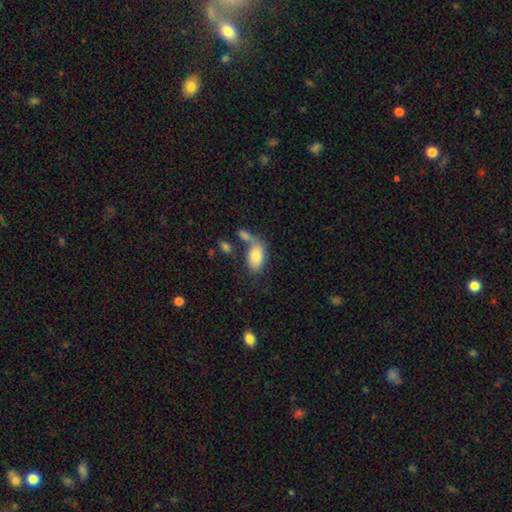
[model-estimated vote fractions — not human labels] A smooth galaxy with no disk features (81%) that is in between round and cigar-shaped (92%).

Vote fractions:
- Smooth or featured? smooth: 81% / featured or disk: 12% / star or artifact: 7%
- How rounded? in between: 92% / round: 5% / cigar-shaped: 2%
- Merging? none: 43% / merger: 32% / minor disturbance: 16% / major disturbance: 9%